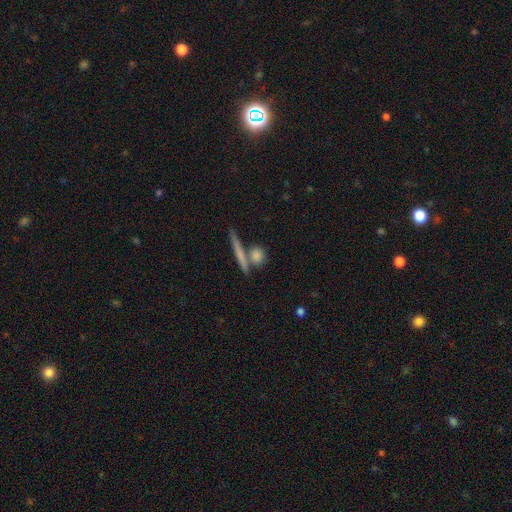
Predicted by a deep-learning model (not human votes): Smooth or featured: smooth — 57% (featured or disk — 30%)
How rounded: cigar-shaped — 56% (round — 28%)
Merging: none — 67% (merger — 22%)